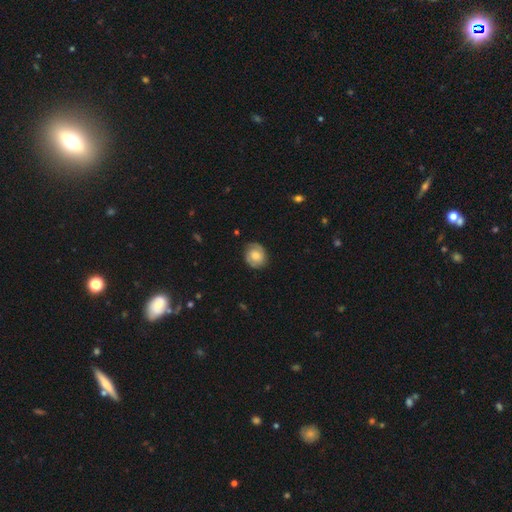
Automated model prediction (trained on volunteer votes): Morphology: type=smooth (48%); merging=none (81%).